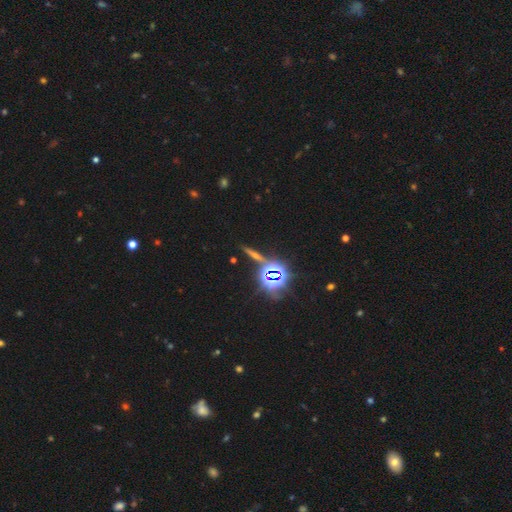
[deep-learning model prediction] star or artifact 59%, featured or disk 22%, smooth 20%.